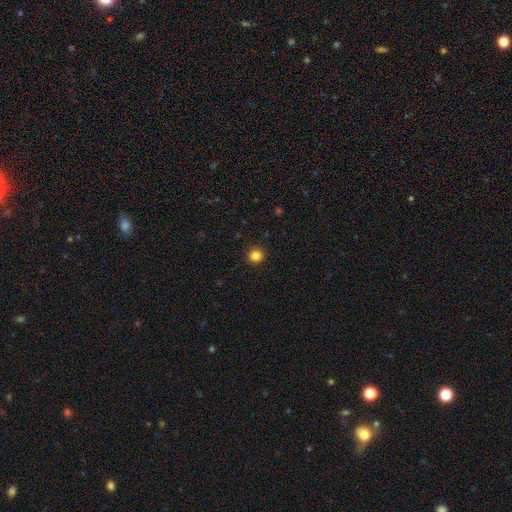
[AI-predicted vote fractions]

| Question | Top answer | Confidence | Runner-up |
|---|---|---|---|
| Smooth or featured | smooth | 84% | star or artifact (12%) |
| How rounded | round | 94% | in between (5%) |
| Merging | none | 93% | minor disturbance (5%) |